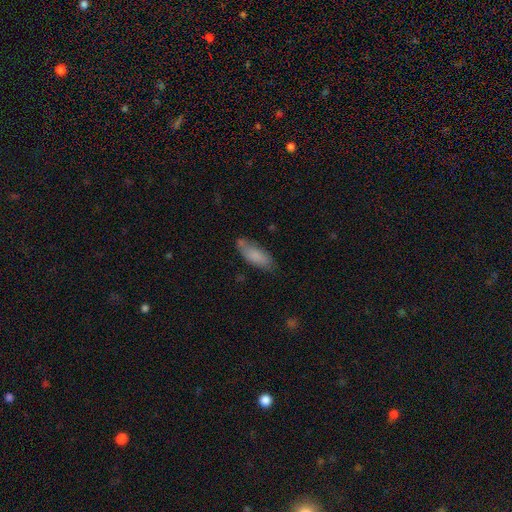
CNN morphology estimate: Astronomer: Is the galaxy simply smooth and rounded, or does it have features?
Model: smooth — 82%.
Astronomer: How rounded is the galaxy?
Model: in between — 72%.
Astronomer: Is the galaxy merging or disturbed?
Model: none — 63%.